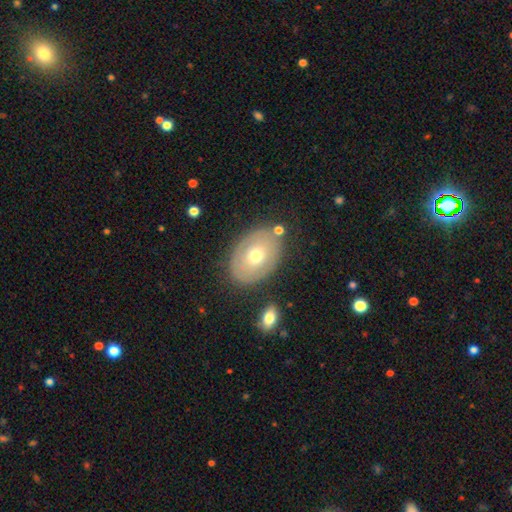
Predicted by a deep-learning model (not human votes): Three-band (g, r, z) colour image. It shows a smooth galaxy with no disk features (50%) that is in between round and cigar-shaped (80%). Merging: none (76%).